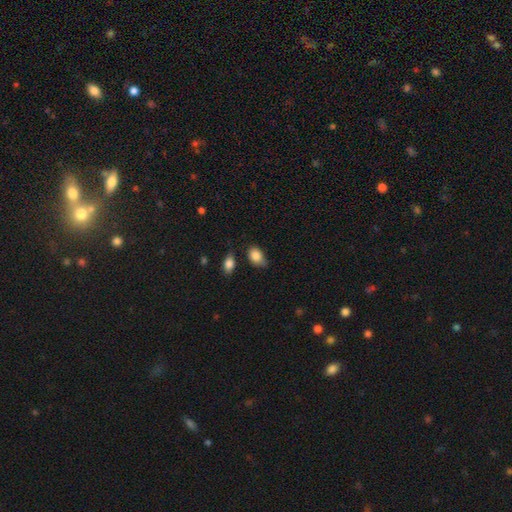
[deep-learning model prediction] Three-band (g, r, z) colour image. It shows a smooth galaxy with no disk features (86%) that is in between round and cigar-shaped (80%). Merging: none (54%).